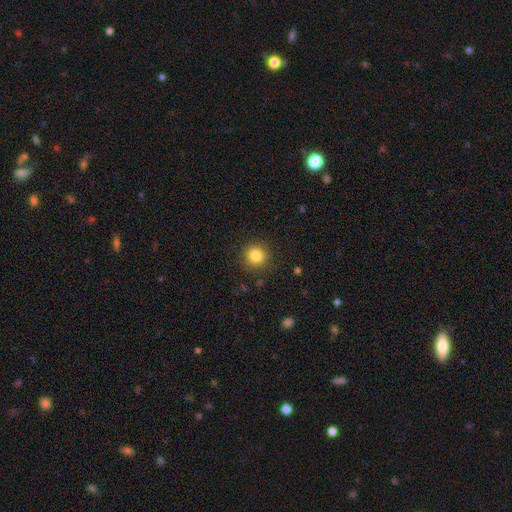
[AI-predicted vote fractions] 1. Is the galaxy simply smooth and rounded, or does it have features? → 83% smooth, 11% star or artifact, 6% featured or disk.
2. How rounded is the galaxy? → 92% round, 7% in between, 1% cigar-shaped.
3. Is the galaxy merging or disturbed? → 89% none, 7% minor disturbance, 3% major disturbance, 1% merger.